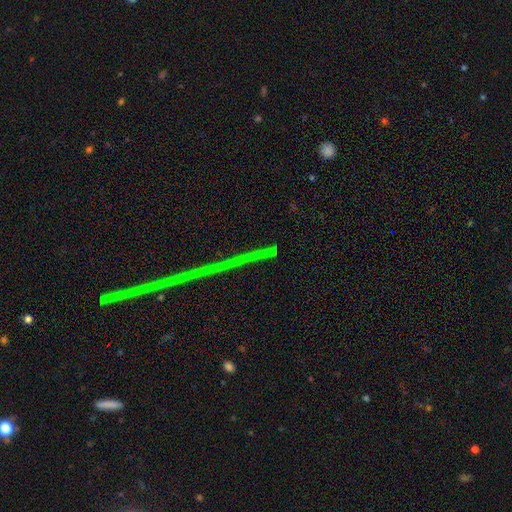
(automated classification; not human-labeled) Overall: star or artifact (80%).